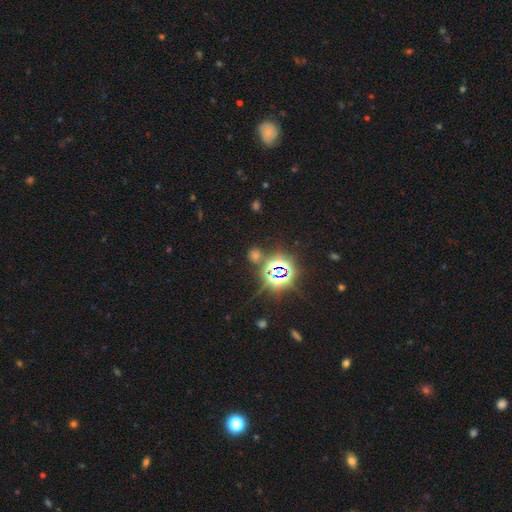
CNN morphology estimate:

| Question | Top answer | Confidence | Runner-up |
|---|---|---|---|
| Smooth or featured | star or artifact | 65% | smooth (28%) |